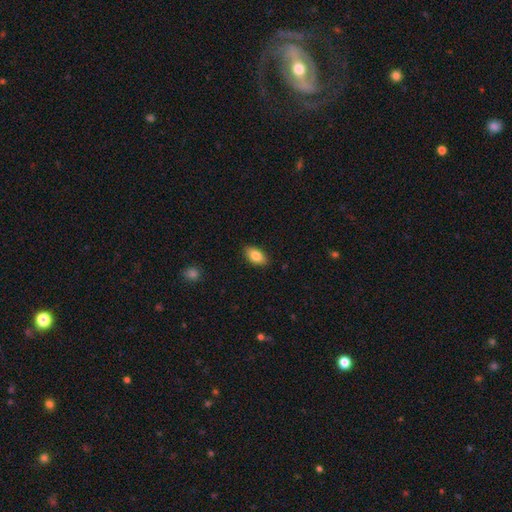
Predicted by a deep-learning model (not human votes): Overall: smooth (83%). How rounded: in between (92%). Merging: none (88%).